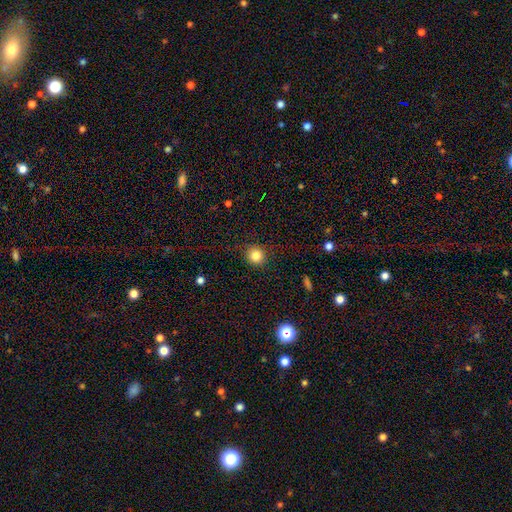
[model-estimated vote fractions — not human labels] Morphology: type=smooth (83%); roundness=round (92%); merging=none (90%).